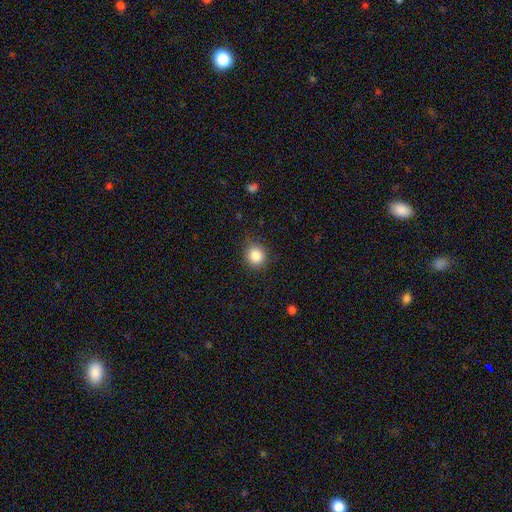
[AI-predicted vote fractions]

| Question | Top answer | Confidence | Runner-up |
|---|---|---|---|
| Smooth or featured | smooth | 86% | star or artifact (10%) |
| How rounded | round | 87% | in between (12%) |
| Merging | none | 84% | minor disturbance (12%) |